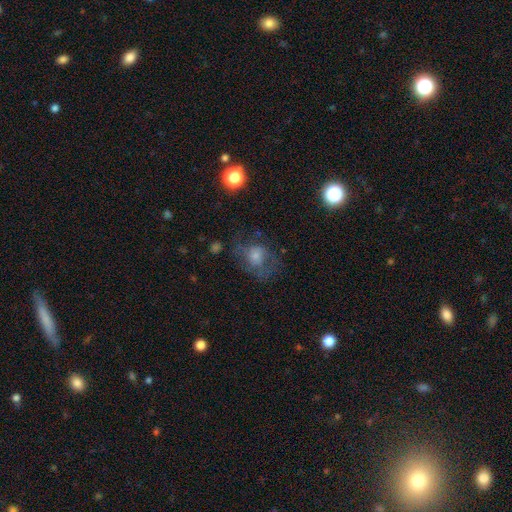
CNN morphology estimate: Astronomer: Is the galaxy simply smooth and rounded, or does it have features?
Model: smooth — 47% (runner-up: featured or disk, 37%).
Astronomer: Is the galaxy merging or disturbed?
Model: none — 50% (runner-up: major disturbance, 27%).